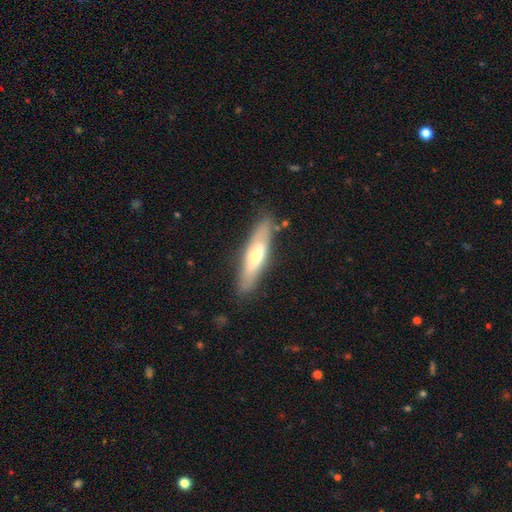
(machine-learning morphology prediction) A smooth galaxy with no disk features (52%) that is cigar-shaped (74%).

Vote fractions:
- Smooth or featured? smooth: 52% / featured or disk: 42% / star or artifact: 6%
- How rounded? cigar-shaped: 74% / in between: 24% / round: 2%
- Merging? none: 83% / minor disturbance: 12% / major disturbance: 3% / merger: 2%